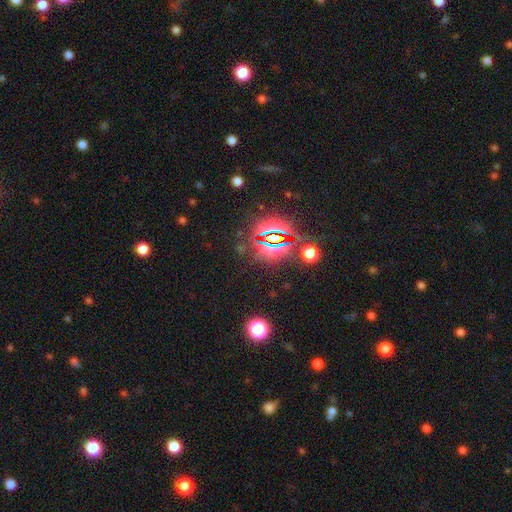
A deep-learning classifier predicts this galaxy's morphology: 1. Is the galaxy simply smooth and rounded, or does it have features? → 81% star or artifact, 11% smooth, 8% featured or disk.